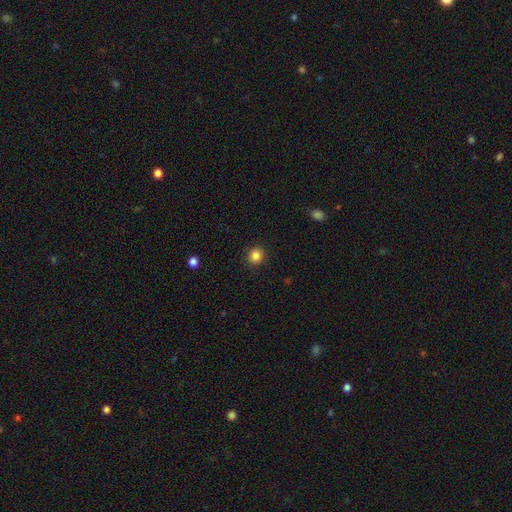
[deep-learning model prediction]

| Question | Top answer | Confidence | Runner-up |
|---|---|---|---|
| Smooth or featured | smooth | 84% | star or artifact (11%) |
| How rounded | round | 91% | in between (9%) |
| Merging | none | 90% | minor disturbance (6%) |